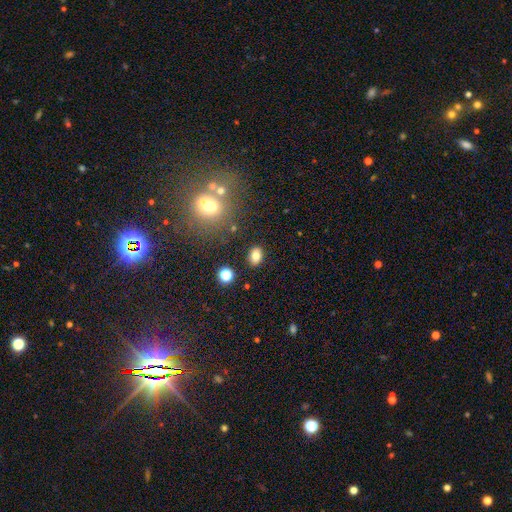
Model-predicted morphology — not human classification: Smooth or featured: smooth — 79% (star or artifact — 12%)
How rounded: in between — 77% (round — 22%)
Merging: none — 86% (minor disturbance — 9%)